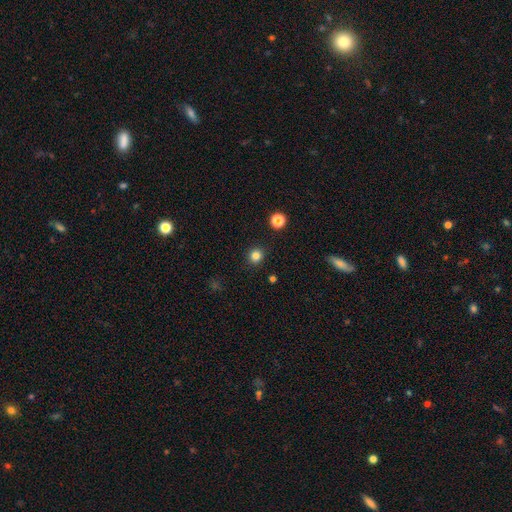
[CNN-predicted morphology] This appears to be a smooth galaxy with no disk features (83%) that is round (91%). Merging: none (91%).